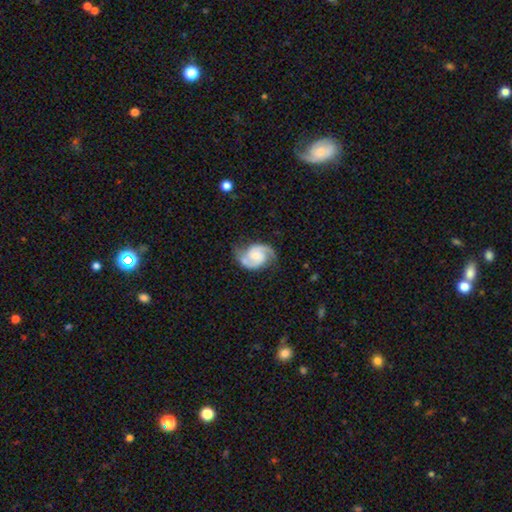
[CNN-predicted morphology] smooth-or-featured: featured or disk: 88% | smooth: 7% | star or artifact: 5%
  disk-edge-on: no: 98% | yes: 2%
    bar: no: 53% | weak: 37% | strong: 9%
    has-spiral-arms: yes: 98% | no: 2%
      spiral-winding: medium: 55% | tight: 28% | loose: 17%
      spiral-arm-count: 2: 93% | can't tell: 2% | 1: 1% | 3: 1% | 4: 1% | more than 4: 1%
    bulge-size: small: 48% | moderate: 36% | none: 10% | large: 4% | dominant: 1%
  merging: none: 75% | minor disturbance: 18% | major disturbance: 6% | merger: 2%